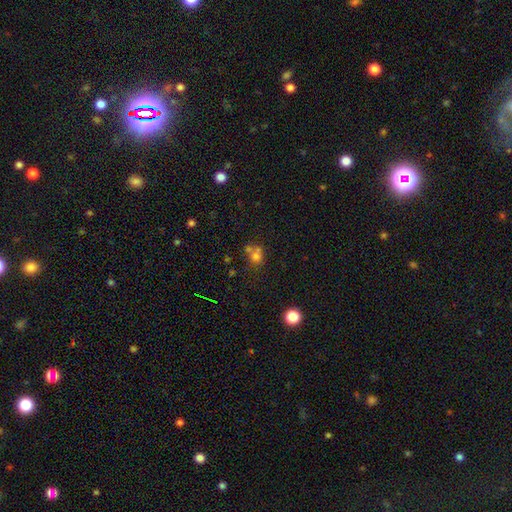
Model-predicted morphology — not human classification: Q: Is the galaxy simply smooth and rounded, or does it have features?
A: smooth — 66%.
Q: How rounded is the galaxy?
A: round — 79%.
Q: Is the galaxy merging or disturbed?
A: merger — 47%.